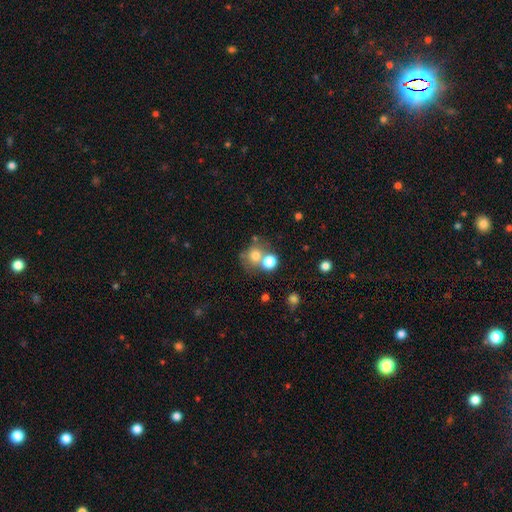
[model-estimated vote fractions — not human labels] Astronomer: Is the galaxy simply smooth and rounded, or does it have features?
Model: smooth — 73%.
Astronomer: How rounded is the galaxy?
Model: round — 81%.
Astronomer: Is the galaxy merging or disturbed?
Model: none — 44% (runner-up: merger, 42%).